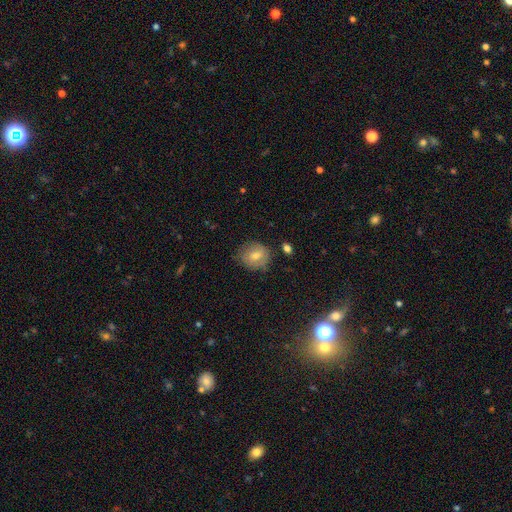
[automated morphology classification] This appears to be a smooth galaxy with no disk features (70%) that is round (73%). Merging: none (72%).